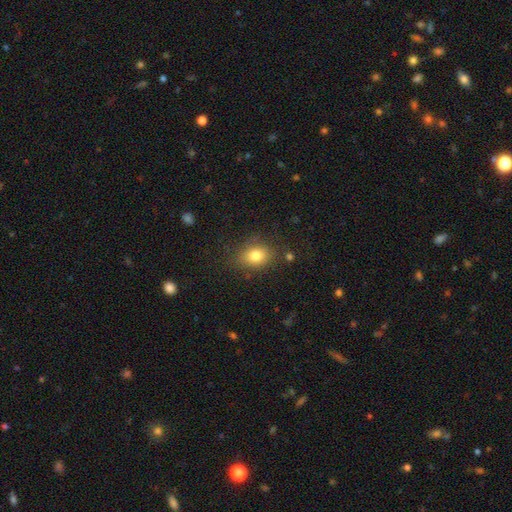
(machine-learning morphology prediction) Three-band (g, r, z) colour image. It shows a smooth galaxy with no disk features (79%) that is in between round and cigar-shaped (61%). Merging: none (78%).